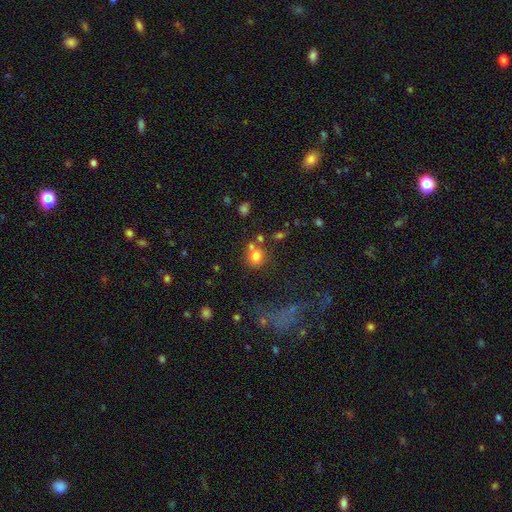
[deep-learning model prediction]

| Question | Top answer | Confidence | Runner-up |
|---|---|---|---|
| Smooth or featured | smooth | 76% | star or artifact (14%) |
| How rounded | round | 71% | in between (28%) |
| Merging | none | 55% | merger (27%) |